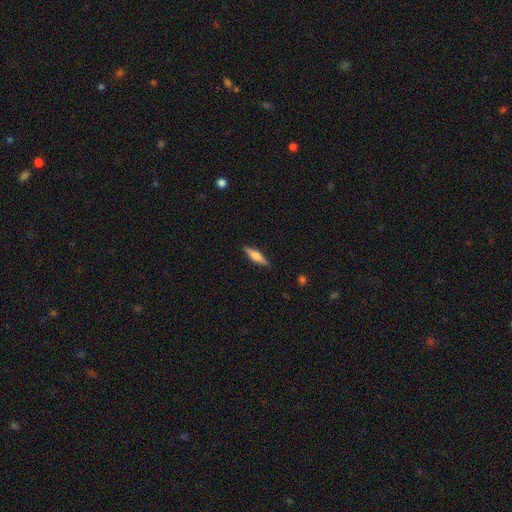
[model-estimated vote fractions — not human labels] Smooth or featured? Predicted: featured or disk (p=0.48). Merging? Predicted: none (p=0.89).